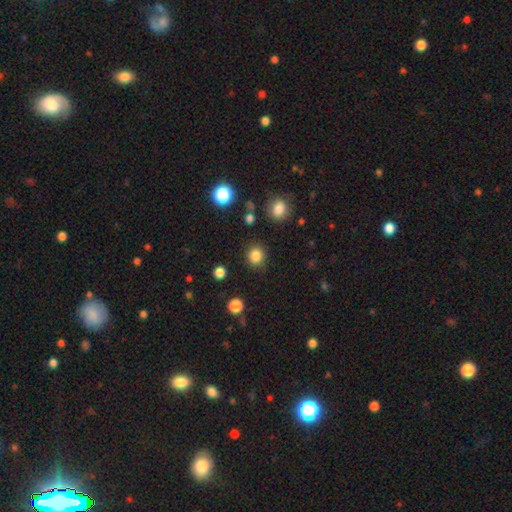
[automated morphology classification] Smooth or featured? Predicted: smooth (p=0.84). How rounded? Predicted: round (p=0.87). Merging? Predicted: none (p=0.88).